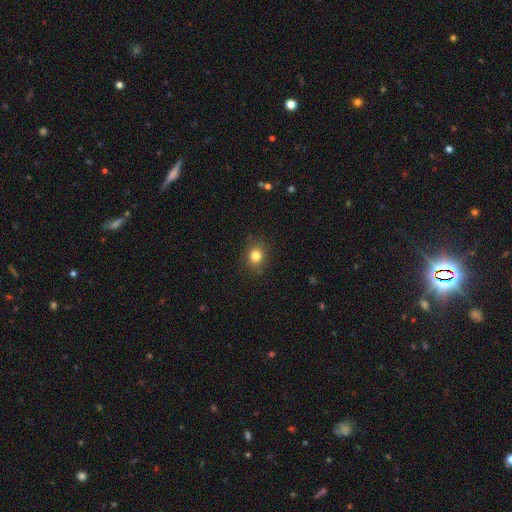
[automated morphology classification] A smooth galaxy with no disk features (82%) that is round (72%).

Vote fractions:
- Smooth or featured? smooth: 82% / star or artifact: 12% / featured or disk: 6%
- How rounded? round: 72% / in between: 27% / cigar-shaped: 1%
- Merging? none: 87% / minor disturbance: 10% / major disturbance: 3% / merger: 1%